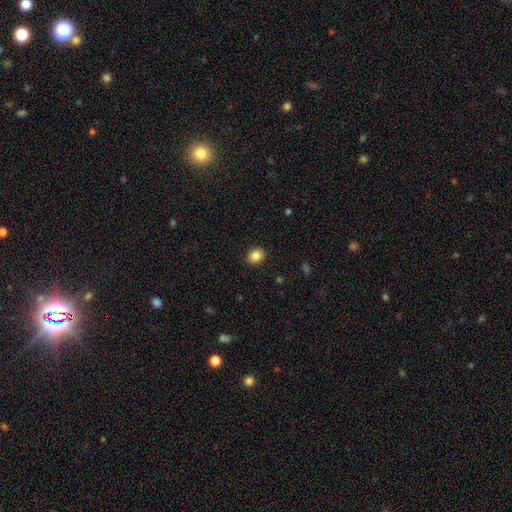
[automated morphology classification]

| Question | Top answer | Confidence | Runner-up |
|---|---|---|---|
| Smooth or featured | smooth | 84% | star or artifact (10%) |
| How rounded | round | 70% | in between (29%) |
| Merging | none | 90% | minor disturbance (7%) |